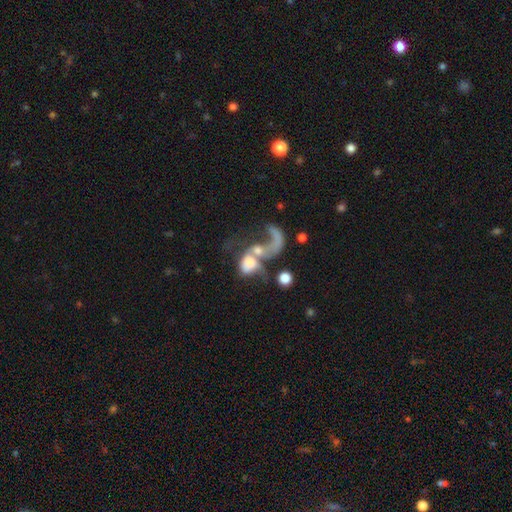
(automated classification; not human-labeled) Smooth or featured?
  - featured or disk: 54% *
  - smooth: 31%
  - star or artifact: 15%
Edge-on disk?
  - no: 95% *
  - yes: 5%
Bar?
  - no: 75% *
  - weak: 18%
  - strong: 7%
Spiral arms?
  - yes: 57% *
  - no: 43%
Bulge size?
  - moderate: 34% *
  - small: 25%
  - none: 19%
  - large: 15%
  - dominant: 6%
Merging?
  - merger: 54% *
  - major disturbance: 25%
  - none: 14%
  - minor disturbance: 7%